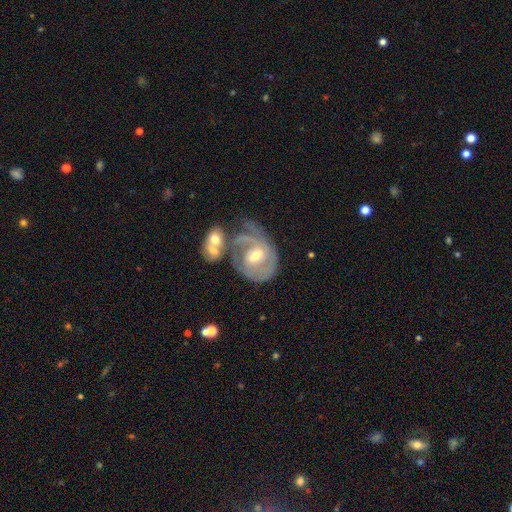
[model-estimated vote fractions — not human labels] Morphology: type=featured or disk (80%); edge-on=no (97%); bar=weak (51%); spiral arms=yes (88%); winding=tight (49%); arm count=2 (39%); bulge=moderate (63%); merging=merger (33%).